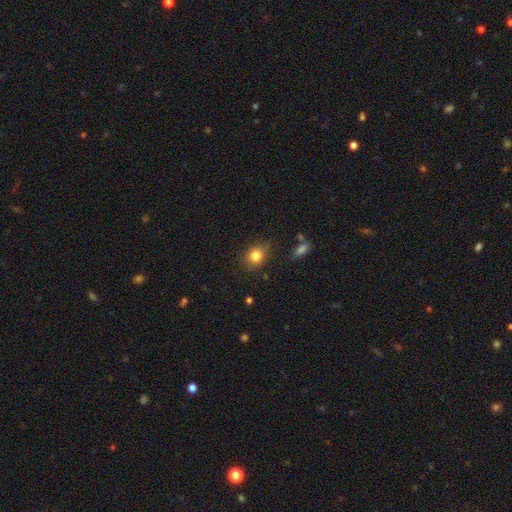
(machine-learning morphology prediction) A smooth galaxy with no disk features (83%) that is round (69%).

Vote fractions:
- Smooth or featured? smooth: 83% / star or artifact: 11% / featured or disk: 7%
- How rounded? round: 69% / in between: 30% / cigar-shaped: 1%
- Merging? none: 80% / minor disturbance: 14% / major disturbance: 4% / merger: 2%